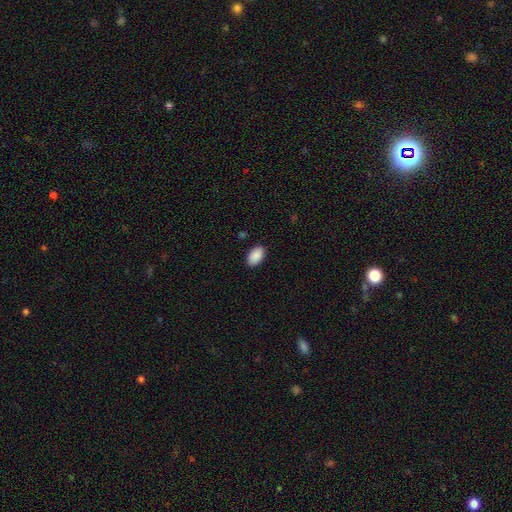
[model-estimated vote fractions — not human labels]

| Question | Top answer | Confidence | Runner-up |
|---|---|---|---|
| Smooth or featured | smooth | 91% | star or artifact (6%) |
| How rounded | in between | 93% | round (5%) |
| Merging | none | 89% | minor disturbance (8%) |